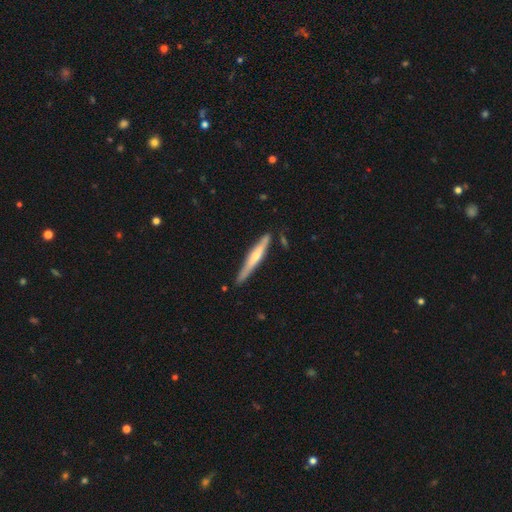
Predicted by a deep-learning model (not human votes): This appears to be a featured or disk galaxy (56%) viewed edge-on (96%) with a rounded central bulge (69%). Merging: none (83%).